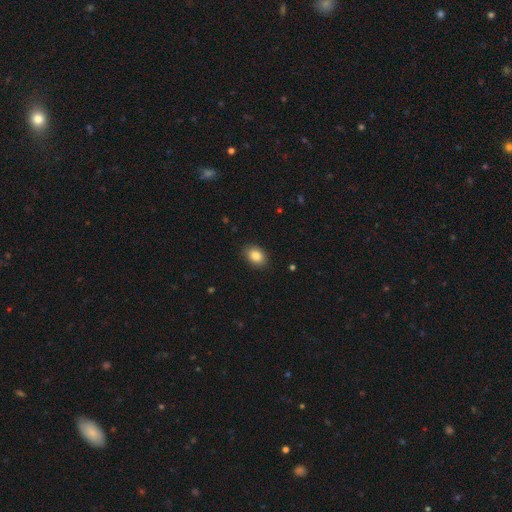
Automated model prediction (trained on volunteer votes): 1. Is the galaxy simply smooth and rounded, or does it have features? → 86% smooth, 8% star or artifact, 6% featured or disk.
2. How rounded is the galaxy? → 76% in between, 23% round, 1% cigar-shaped.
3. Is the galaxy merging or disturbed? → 87% none, 10% minor disturbance, 2% major disturbance, 1% merger.